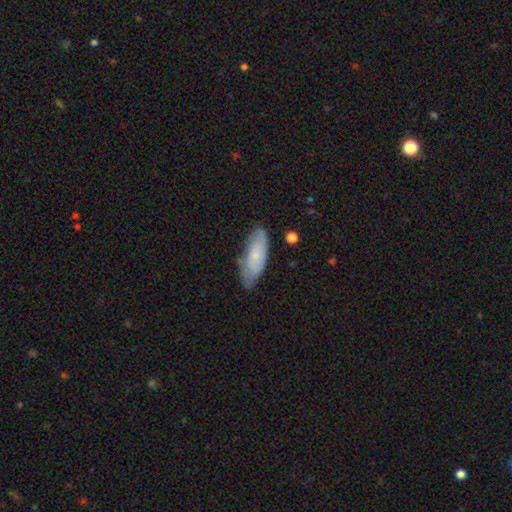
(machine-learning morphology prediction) This appears to be a smooth galaxy with no disk features (63%) that is in between round and cigar-shaped (72%). Merging: none (68%).